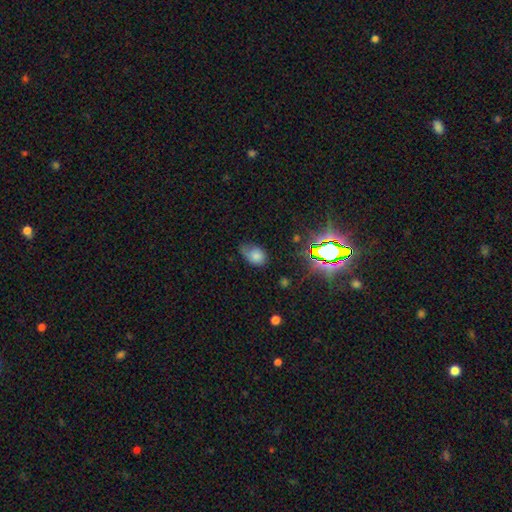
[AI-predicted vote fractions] smooth_or_featured: smooth (p=0.68) [alt: star or artifact p=0.16]
how_rounded: in between (p=0.64) [alt: round p=0.35]
merging: minor disturbance (p=0.39) [alt: none p=0.38]